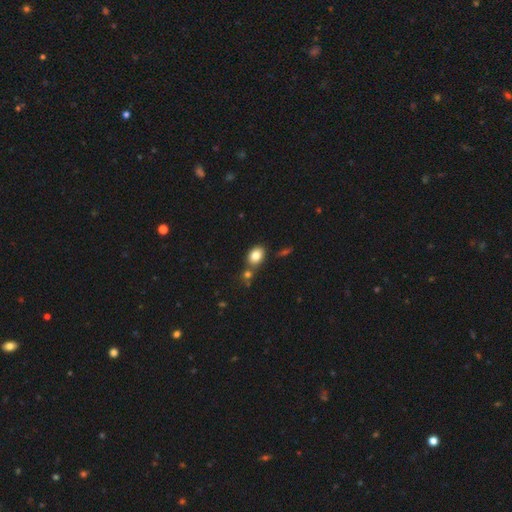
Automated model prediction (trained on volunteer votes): smooth 82%, star or artifact 9%, featured or disk 9%. Down the decision tree: how rounded — in between (69%); merging — none (62%).